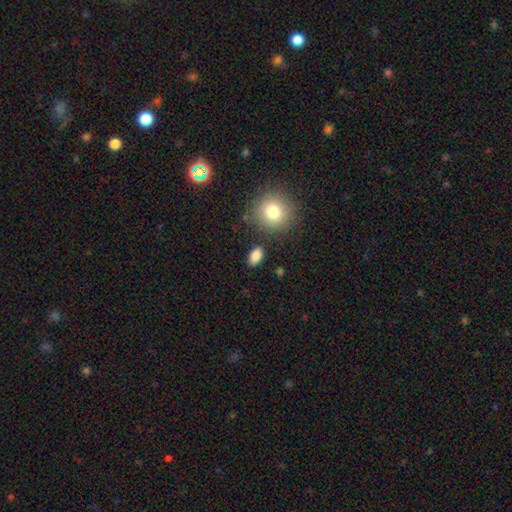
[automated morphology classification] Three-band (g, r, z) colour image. It shows a smooth galaxy with no disk features (86%) that is in between round and cigar-shaped (85%). Merging: none (84%).